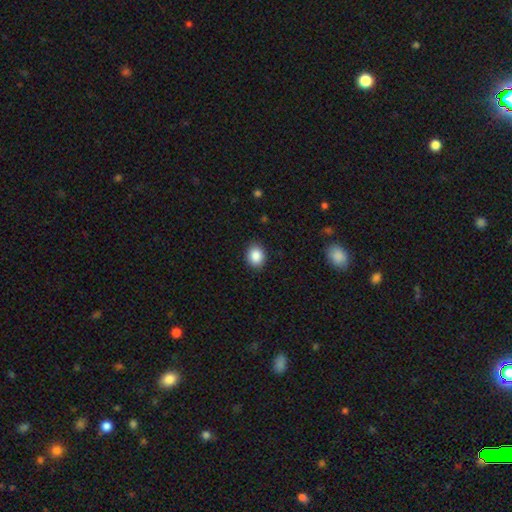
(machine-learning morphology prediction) Smooth or featured? smooth (87%)
How rounded? round (58%)
Merging? none (89%)